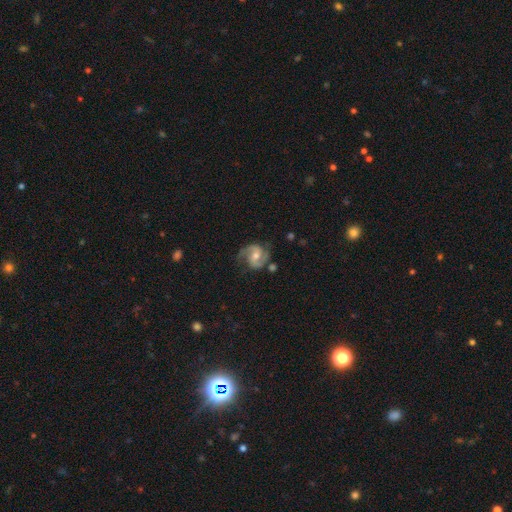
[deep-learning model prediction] Morphology: type=featured or disk (87%); edge-on=no (98%); bar=no (44%); spiral arms=yes (97%); winding=medium (55%); arm count=2 (90%); bulge=moderate (62%); merging=none (71%).